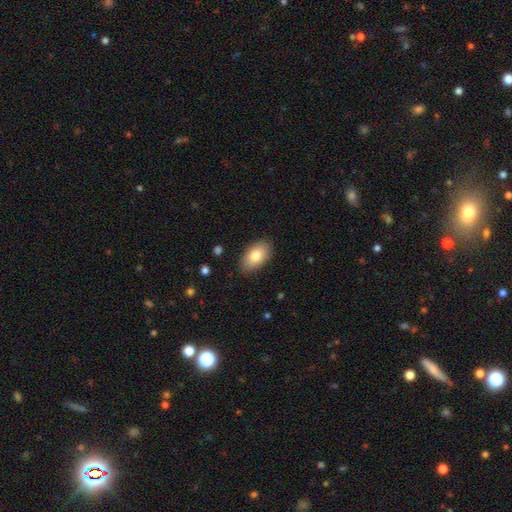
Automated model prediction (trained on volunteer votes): This is clearly a smooth galaxy (81%). How rounded: clearly in between (93%). Merging: clearly none (87%).